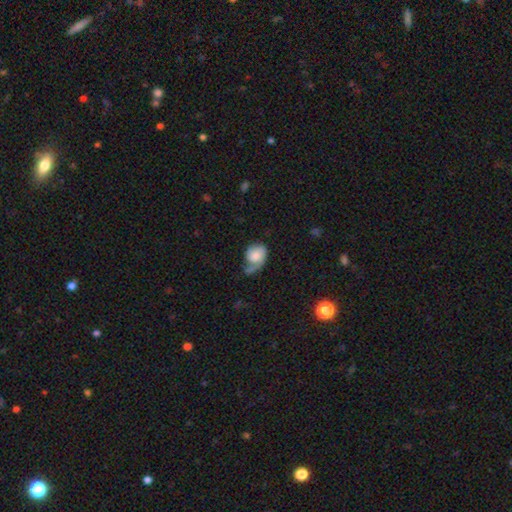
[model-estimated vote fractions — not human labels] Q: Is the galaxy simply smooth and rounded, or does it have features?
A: smooth — 46%, tied with featured or disk.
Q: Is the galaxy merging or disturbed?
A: none — 33%.